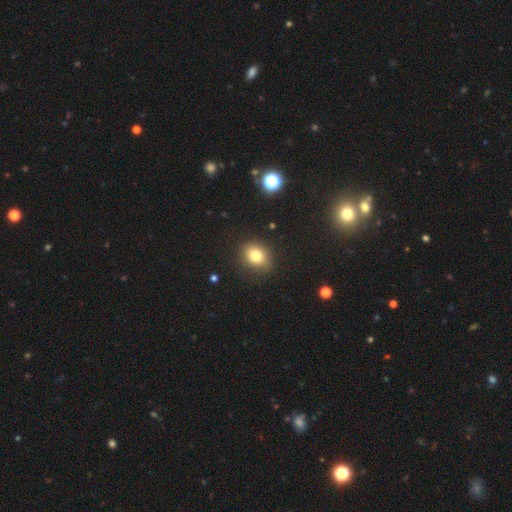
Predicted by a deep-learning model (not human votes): Q: Smooth or featured?
A: smooth (78%); runner-up: star or artifact (13%)
Q: How rounded?
A: round (57%); runner-up: in between (42%)
Q: Merging?
A: none (85%); runner-up: minor disturbance (10%)